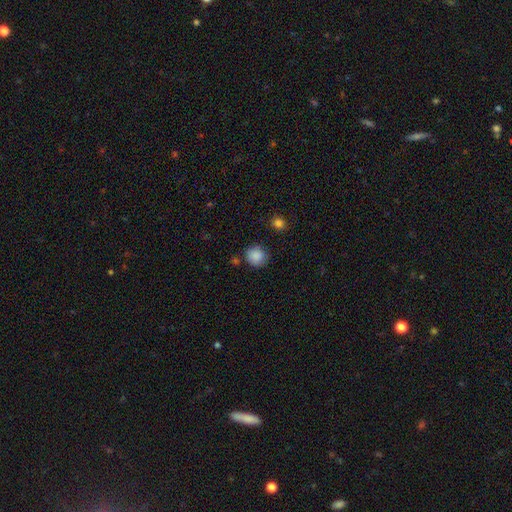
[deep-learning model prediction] The model was most divided on "merging": none: 83%, minor disturbance: 11%, merger: 3%, major disturbance: 3%. More confident: how rounded — round (90%); smooth or featured — smooth (87%).